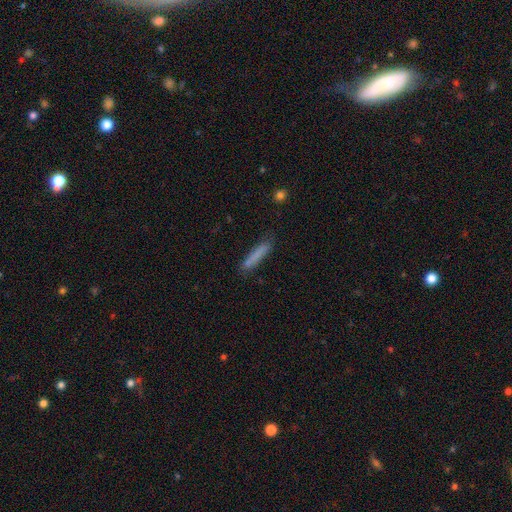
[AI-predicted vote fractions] A smooth galaxy with no disk features (79%) that is cigar-shaped (92%).

Vote fractions:
- Smooth or featured? smooth: 79% / featured or disk: 14% / star or artifact: 7%
- How rounded? cigar-shaped: 92% / in between: 6% / round: 1%
- Merging? none: 83% / minor disturbance: 12% / major disturbance: 3% / merger: 2%